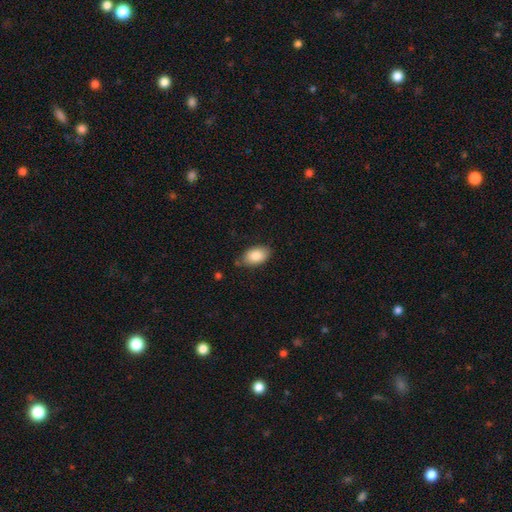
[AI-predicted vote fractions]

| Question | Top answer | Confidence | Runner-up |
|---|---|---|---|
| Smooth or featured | smooth | 86% | featured or disk (7%) |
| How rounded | in between | 92% | round (6%) |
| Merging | none | 78% | minor disturbance (17%) |